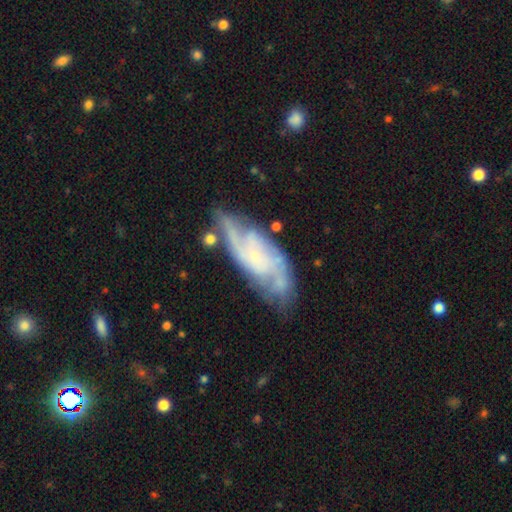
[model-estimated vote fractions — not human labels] A featured or disk galaxy (80%) with no bar (66%), 2 (46%) medium (43%) spiral arms (93%) and a small central bulge (79%).

Vote fractions:
- Smooth or featured? featured or disk: 80% / smooth: 13% / star or artifact: 6%
- Edge-on disk? no: 92% / yes: 8%
- Bar? no: 66% / weak: 27% / strong: 7%
- Spiral arms? yes: 93% / no: 7%
- Spiral winding? medium: 43% / tight: 40% / loose: 17%
- Spiral arm count? 2: 46% / can't tell: 25% / 3: 16% / 4: 5% / 1: 4% / more than 4: 3%
- Bulge size? small: 79% / moderate: 11% / none: 8% / large: 1% / dominant: 1%
- Merging? none: 61% / minor disturbance: 23% / major disturbance: 10% / merger: 5%